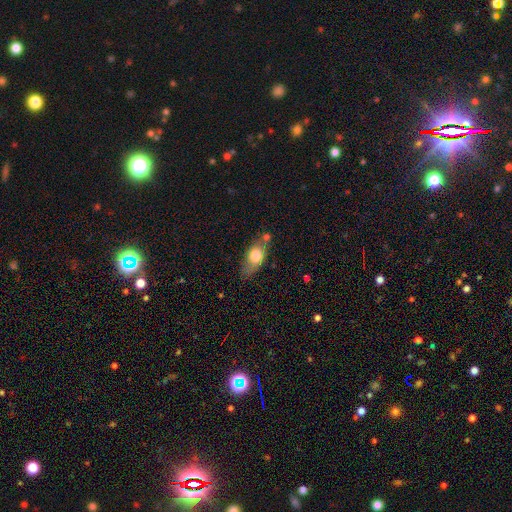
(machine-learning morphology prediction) A smooth galaxy with no disk features (70%) that is in between round and cigar-shaped (77%). Merging: none (60%).